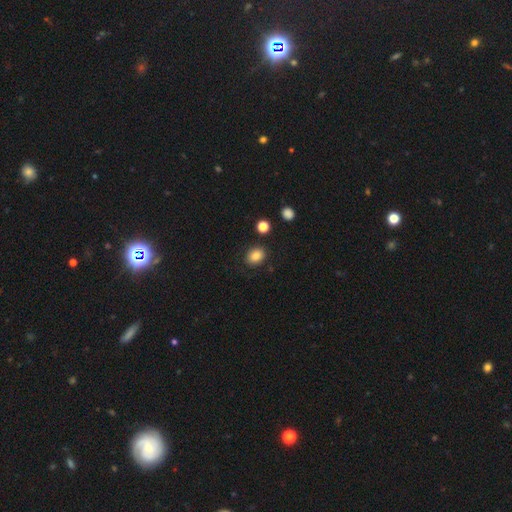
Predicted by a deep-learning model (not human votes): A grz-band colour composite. It shows a smooth galaxy with no disk features (85%) that is in between round and cigar-shaped (57%). Merging: none (84%).